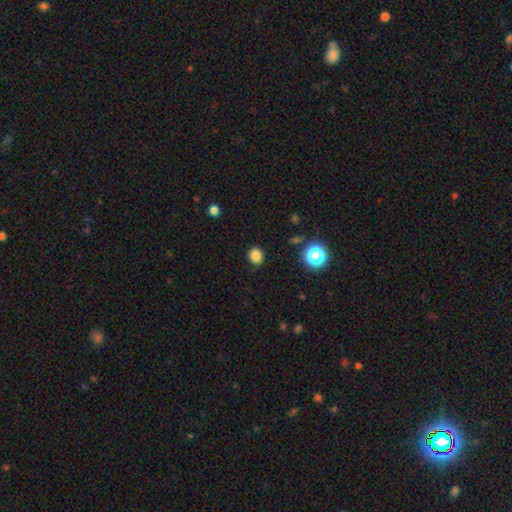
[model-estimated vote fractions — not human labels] This is clearly a smooth galaxy (83%). How rounded: likely round (75%). Merging: clearly none (89%).